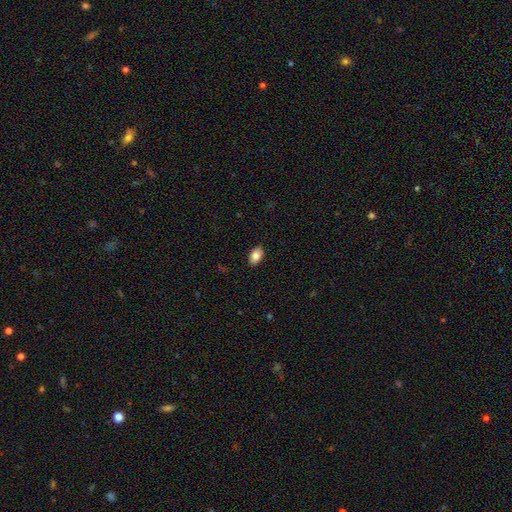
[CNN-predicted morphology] Smooth or featured: smooth — 84% (featured or disk — 8%)
How rounded: in between — 91% (round — 7%)
Merging: none — 89% (minor disturbance — 8%)